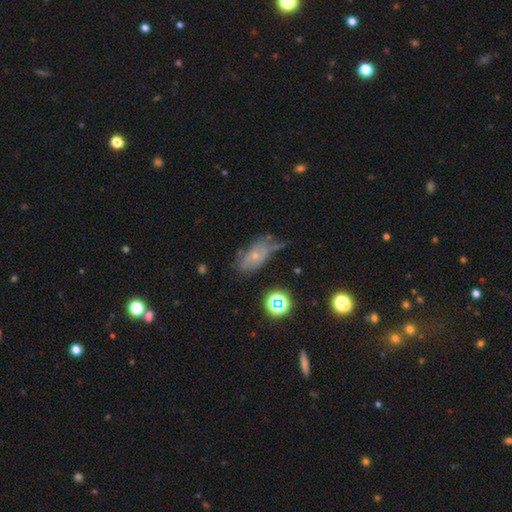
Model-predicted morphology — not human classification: smooth-or-featured: featured or disk: 43% | smooth: 40% | star or artifact: 18%
  merging: none: 40% | minor disturbance: 36% | major disturbance: 18% | merger: 6%